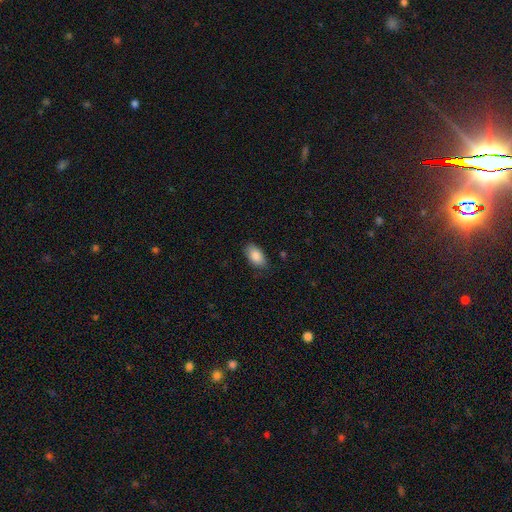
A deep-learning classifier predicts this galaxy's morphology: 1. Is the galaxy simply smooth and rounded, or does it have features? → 87% smooth, 7% star or artifact, 6% featured or disk.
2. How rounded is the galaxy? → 93% in between, 4% round, 2% cigar-shaped.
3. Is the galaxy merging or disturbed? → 81% none, 15% minor disturbance, 3% major disturbance, 1% merger.